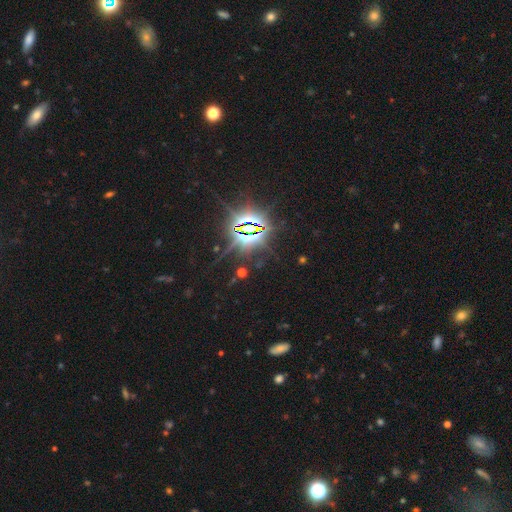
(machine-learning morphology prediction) smooth-or-featured: star or artifact: 84% | smooth: 10% | featured or disk: 6%